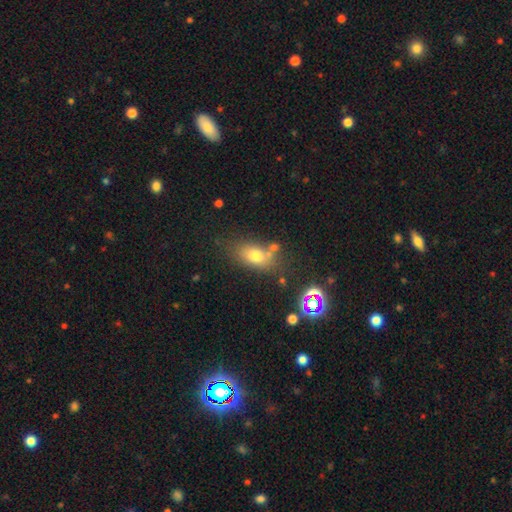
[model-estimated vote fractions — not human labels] The model was most divided on "merging": none: 63%, minor disturbance: 17%, merger: 14%, major disturbance: 6%. More confident: how rounded — in between (76%); smooth or featured — smooth (69%).